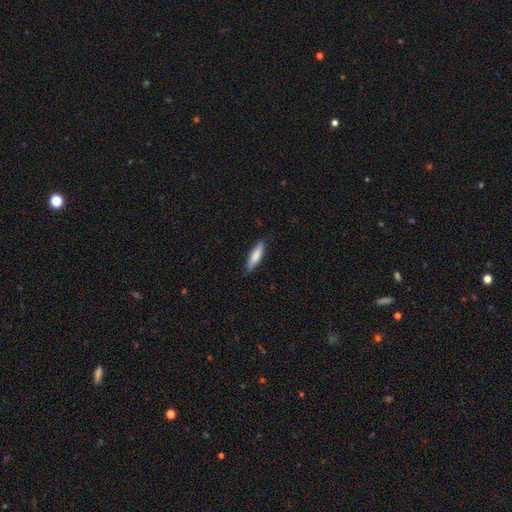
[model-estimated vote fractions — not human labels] Smooth or featured: smooth — 82% (featured or disk — 12%)
How rounded: cigar-shaped — 67% (in between — 32%)
Merging: none — 85% (minor disturbance — 12%)